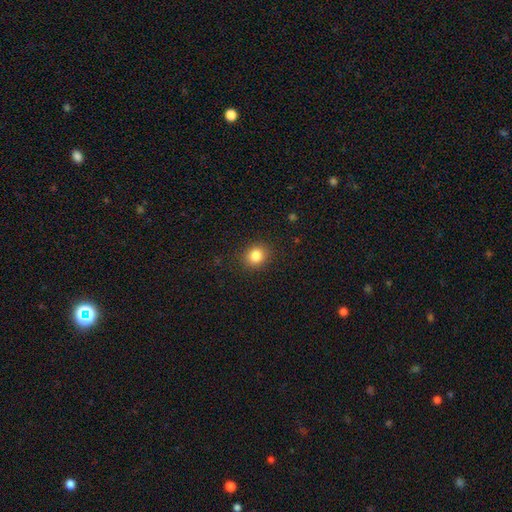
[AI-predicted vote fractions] smooth_or_featured: smooth (p=0.84) [alt: star or artifact p=0.11]
how_rounded: round (p=0.76) [alt: in between p=0.23]
merging: none (p=0.88) [alt: minor disturbance p=0.08]